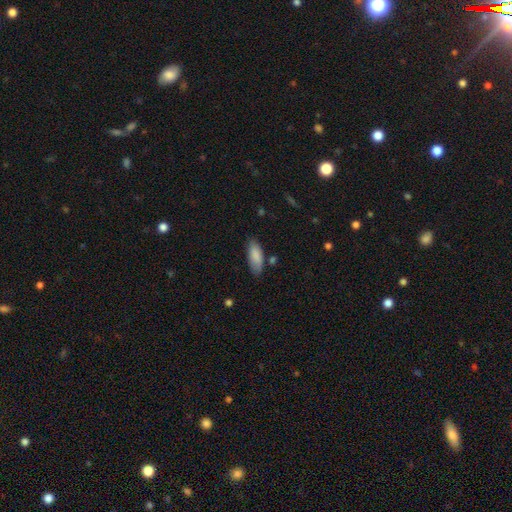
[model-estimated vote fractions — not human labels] smooth_or_featured: smooth (p=0.86) [alt: featured or disk p=0.08]
how_rounded: in between (p=0.77) [alt: cigar-shaped p=0.21]
merging: none (p=0.75) [alt: minor disturbance p=0.18]